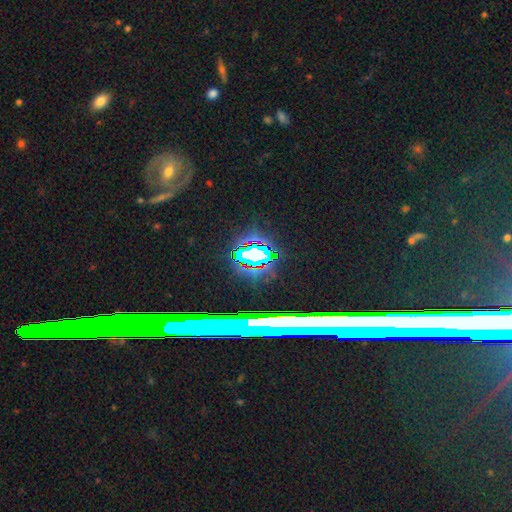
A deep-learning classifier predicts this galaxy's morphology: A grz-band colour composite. It shows a star or artifact, not a galaxy (70%).